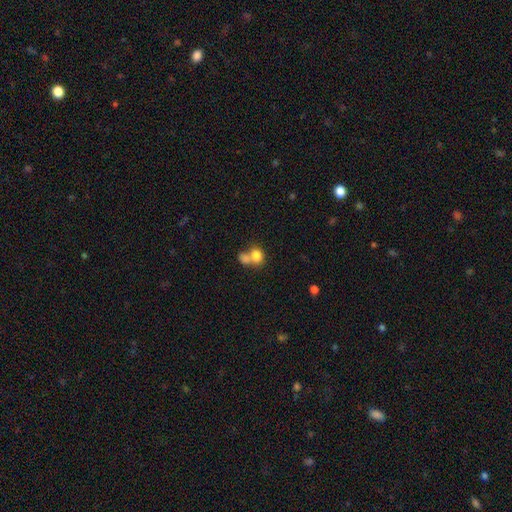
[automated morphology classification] smooth-or-featured: smooth: 80% | featured or disk: 10% | star or artifact: 10%
  how-rounded: round: 57% | in between: 42% | cigar-shaped: 1%
  merging: merger: 54% | none: 32% | minor disturbance: 8% | major disturbance: 5%